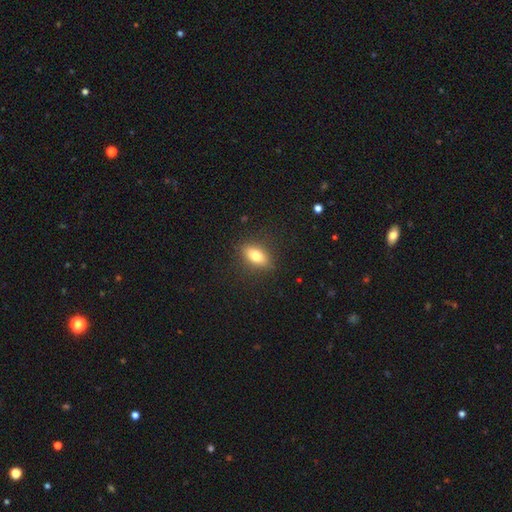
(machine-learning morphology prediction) This is likely a smooth galaxy (77%). How rounded: clearly in between (82%). Merging: clearly none (86%).